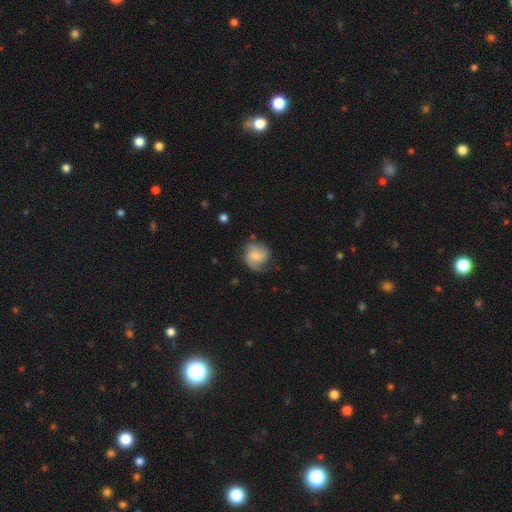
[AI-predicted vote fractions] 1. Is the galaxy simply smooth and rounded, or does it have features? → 67% featured or disk, 26% smooth, 7% star or artifact.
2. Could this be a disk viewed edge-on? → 98% no, 2% yes.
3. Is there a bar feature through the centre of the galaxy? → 48% no, 43% weak, 9% strong.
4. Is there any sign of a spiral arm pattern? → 94% yes, 6% no.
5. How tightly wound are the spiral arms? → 46% medium, 29% tight, 25% loose.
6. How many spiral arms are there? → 60% 2, 16% 3, 13% can't tell, 7% 1, 3% 4, 2% more than 4.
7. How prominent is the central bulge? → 45% small, 36% moderate, 14% none, 5% large, 1% dominant.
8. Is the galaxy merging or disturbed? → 70% none, 20% minor disturbance, 8% major disturbance, 2% merger.